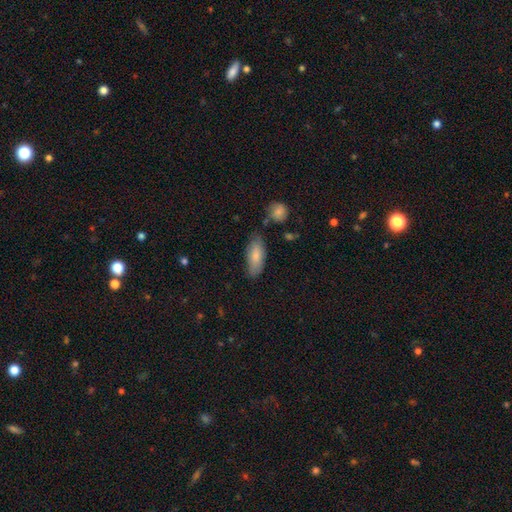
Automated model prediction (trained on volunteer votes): This is clearly a smooth galaxy (82%). How rounded: clearly in between (81%). Merging: likely none (71%).